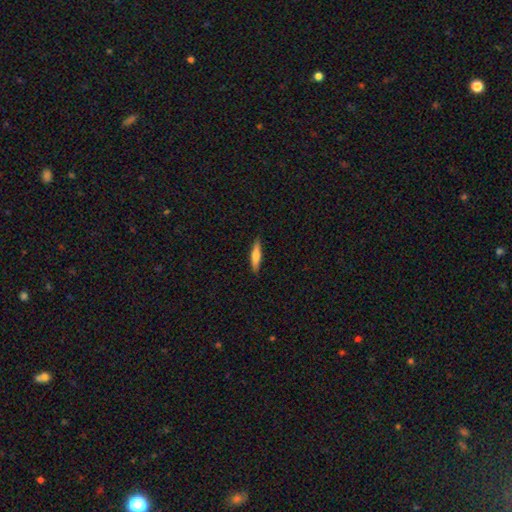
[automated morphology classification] Smooth or featured: smooth — 68% (featured or disk — 26%)
How rounded: cigar-shaped — 83% (in between — 16%)
Merging: none — 89% (minor disturbance — 8%)